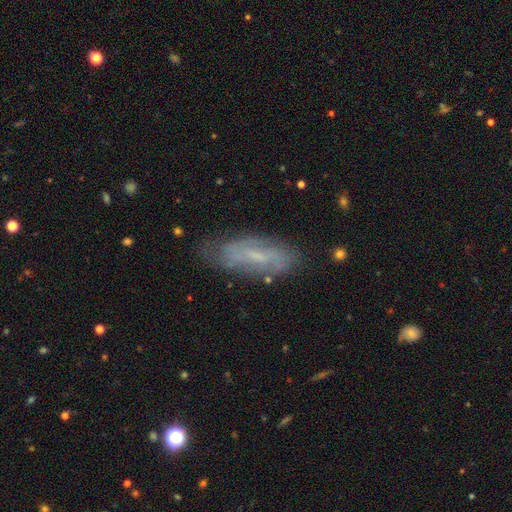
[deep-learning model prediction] smooth_or_featured: featured or disk (p=0.57) [alt: smooth p=0.33]
disk_edge_on: no (p=0.77) [alt: yes p=0.23]
merging: none (p=0.74) [alt: minor disturbance p=0.19]